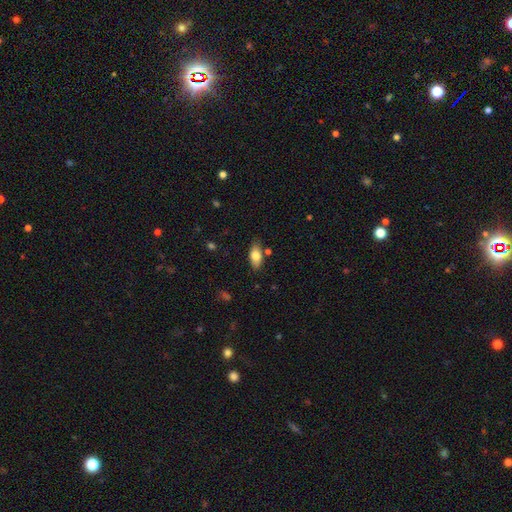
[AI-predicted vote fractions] Overall: smooth (76%). How rounded: in between (88%). Merging: none (78%).